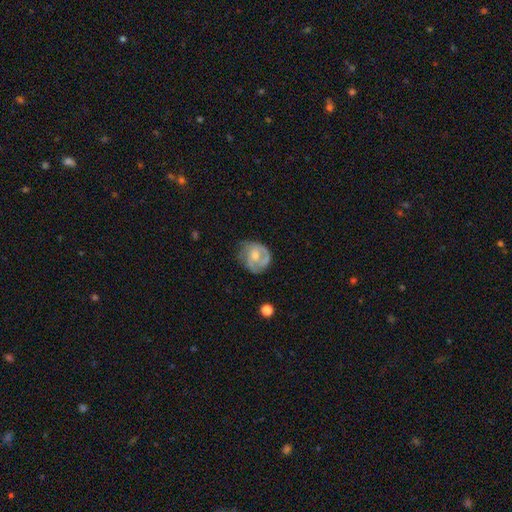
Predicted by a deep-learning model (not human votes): Smooth or featured?
  - featured or disk: 66% *
  - smooth: 27%
  - star or artifact: 6%
Edge-on disk?
  - no: 98% *
  - yes: 2%
Bar?
  - no: 70% *
  - weak: 26%
  - strong: 4%
Spiral arms?
  - yes: 84% *
  - no: 16%
Spiral winding?
  - tight: 45% *
  - medium: 39%
  - loose: 15%
Spiral arm count?
  - 2: 35% *
  - can't tell: 25%
  - 3: 23%
  - 1: 10%
  - 4: 4%
  - more than 4: 3%
Bulge size?
  - moderate: 48% *
  - small: 44%
  - none: 4%
  - large: 3%
  - dominant: 1%
Merging?
  - none: 57% *
  - minor disturbance: 27%
  - major disturbance: 14%
  - merger: 2%